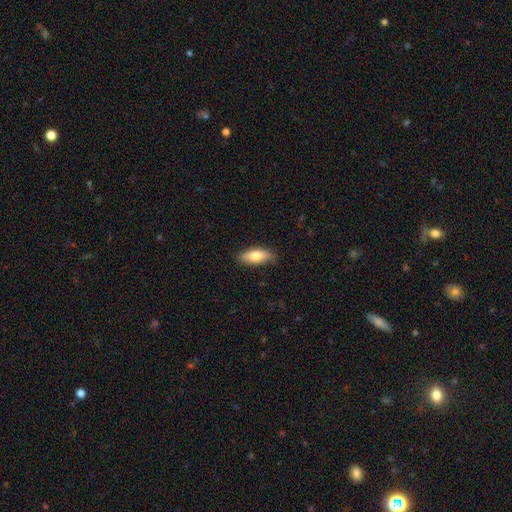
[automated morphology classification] Overall: smooth (72%). How rounded: in between (65%; cigar-shaped 33%). Merging: none (85%).